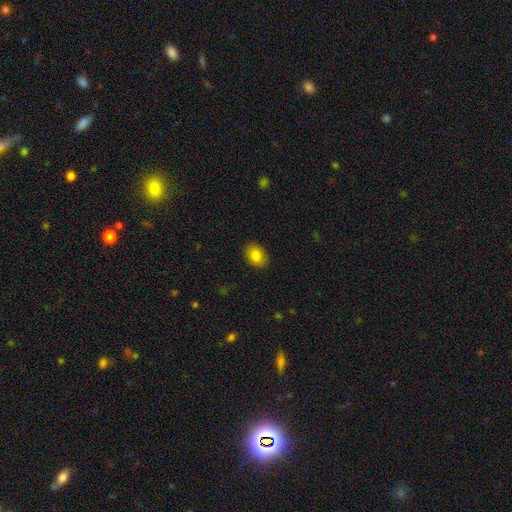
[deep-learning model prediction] smooth 84%, star or artifact 8%, featured or disk 8%. Down the decision tree: how rounded — in between (70%); merging — none (89%).